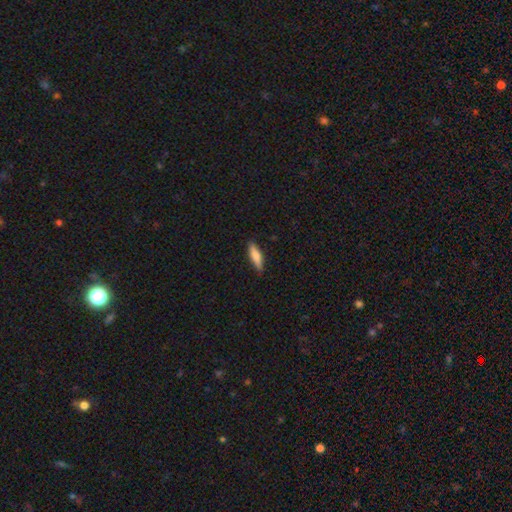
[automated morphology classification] type=smooth (74%); roundness=cigar-shaped (65%); merging=none (85%).